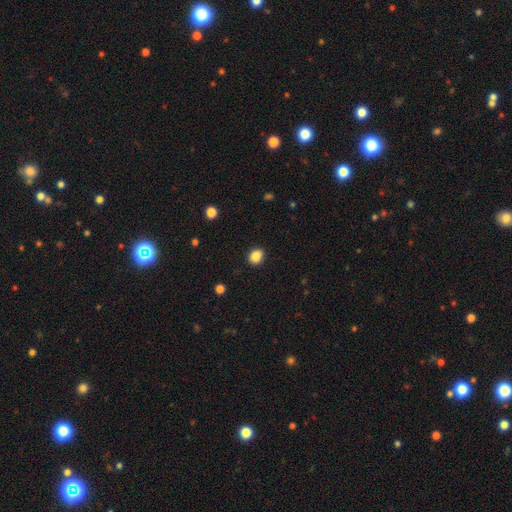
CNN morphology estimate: A smooth galaxy with no disk features (87%) that is in between round and cigar-shaped (51%).

Vote fractions:
- Smooth or featured? smooth: 87% / star or artifact: 9% / featured or disk: 4%
- How rounded? in between: 51% / round: 48% / cigar-shaped: 1%
- Merging? none: 89% / minor disturbance: 8% / major disturbance: 2% / merger: 1%